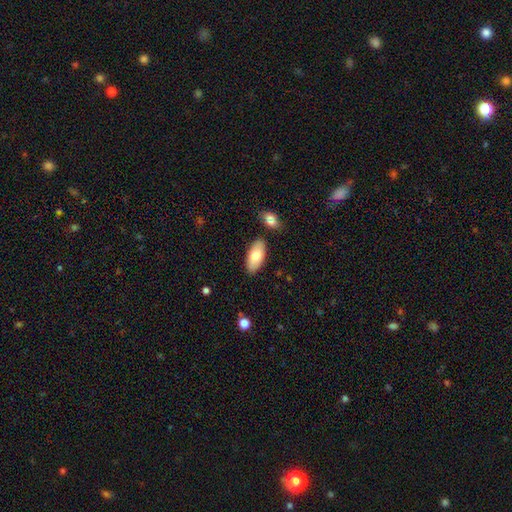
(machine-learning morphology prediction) Q: Smooth or featured?
A: smooth (78%); runner-up: featured or disk (16%)
Q: How rounded?
A: in between (91%); runner-up: cigar-shaped (7%)
Q: Merging?
A: none (84%); runner-up: minor disturbance (10%)